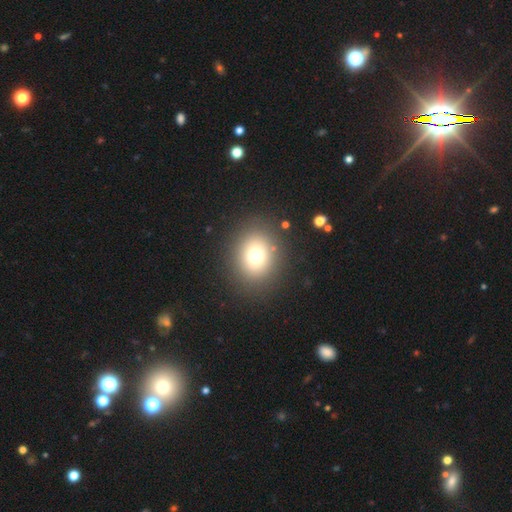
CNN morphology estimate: Overall: smooth (72%). How rounded: round (65%; in between 34%). Merging: none (86%).